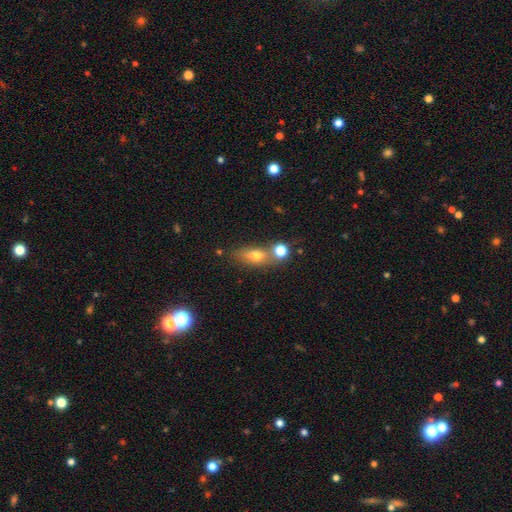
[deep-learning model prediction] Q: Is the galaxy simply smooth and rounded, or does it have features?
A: smooth — 67%.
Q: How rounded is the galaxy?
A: in between — 64%.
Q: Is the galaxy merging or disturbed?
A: none — 49%.